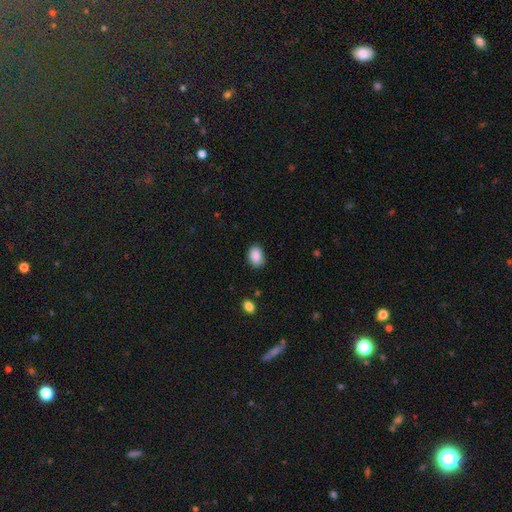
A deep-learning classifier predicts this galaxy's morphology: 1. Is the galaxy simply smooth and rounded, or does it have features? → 89% smooth, 8% star or artifact, 3% featured or disk.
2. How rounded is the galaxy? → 71% in between, 28% round, 1% cigar-shaped.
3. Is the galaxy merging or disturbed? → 77% none, 18% minor disturbance, 3% major disturbance, 1% merger.